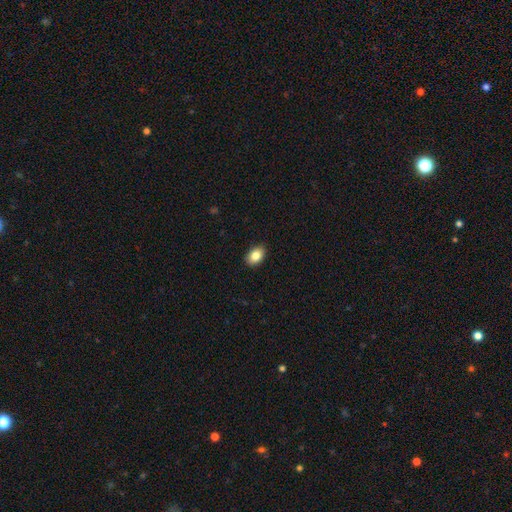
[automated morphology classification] The model was most divided on "how rounded": in between: 86%, round: 13%, cigar-shaped: 1%. More confident: merging — none (89%); smooth or featured — smooth (85%).